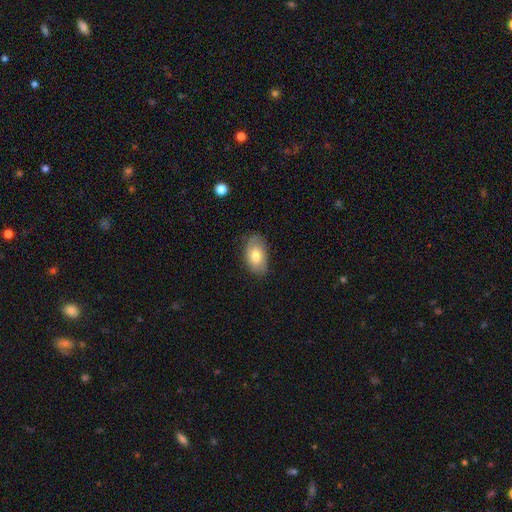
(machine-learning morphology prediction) A smooth galaxy with no disk features (65%) that is in between round and cigar-shaped (91%). Merging: none (75%).